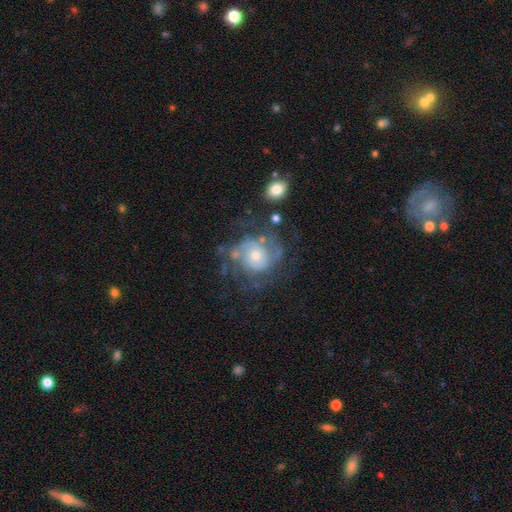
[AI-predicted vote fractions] smooth-or-featured: featured or disk: 77% | smooth: 15% | star or artifact: 8%
  disk-edge-on: no: 98% | yes: 2%
    bar: no: 78% | weak: 18% | strong: 3%
    has-spiral-arms: yes: 85% | no: 15%
      spiral-winding: tight: 52% | medium: 35% | loose: 13%
      spiral-arm-count: can't tell: 38% | 2: 30% | 3: 16% | 4: 6% | 1: 5% | more than 4: 4%
    bulge-size: moderate: 55% | small: 37% | large: 5% | none: 1% | dominant: 1%
  merging: none: 58% | minor disturbance: 19% | major disturbance: 18% | merger: 5%